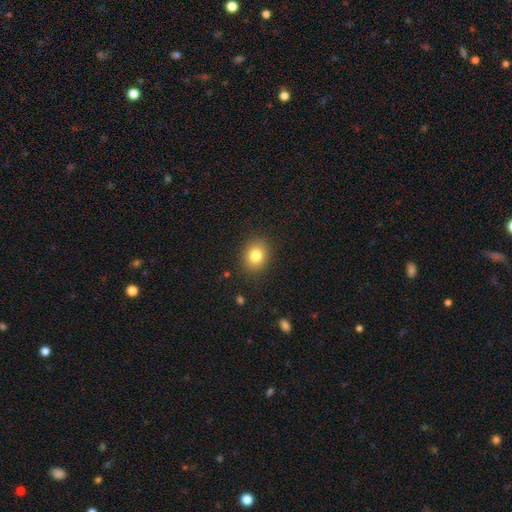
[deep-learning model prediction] A smooth galaxy with no disk features (81%) that is round (59%).

Vote fractions:
- Smooth or featured? smooth: 81% / star or artifact: 10% / featured or disk: 9%
- How rounded? round: 59% / in between: 40% / cigar-shaped: 1%
- Merging? none: 87% / minor disturbance: 9% / major disturbance: 3% / merger: 1%